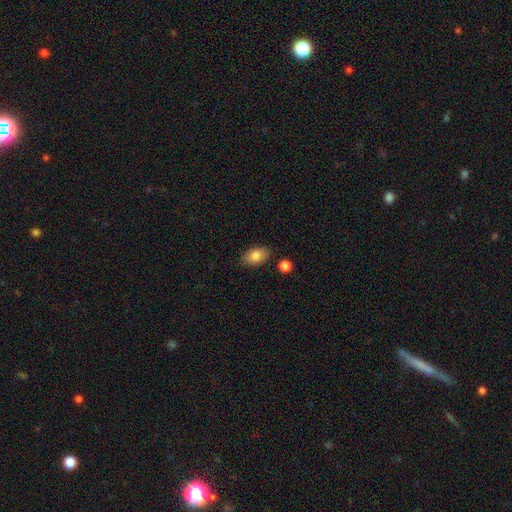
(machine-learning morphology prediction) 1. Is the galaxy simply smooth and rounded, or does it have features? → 85% smooth, 8% featured or disk, 7% star or artifact.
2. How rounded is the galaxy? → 90% in between, 8% round, 2% cigar-shaped.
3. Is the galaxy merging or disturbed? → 82% none, 12% minor disturbance, 4% merger, 3% major disturbance.